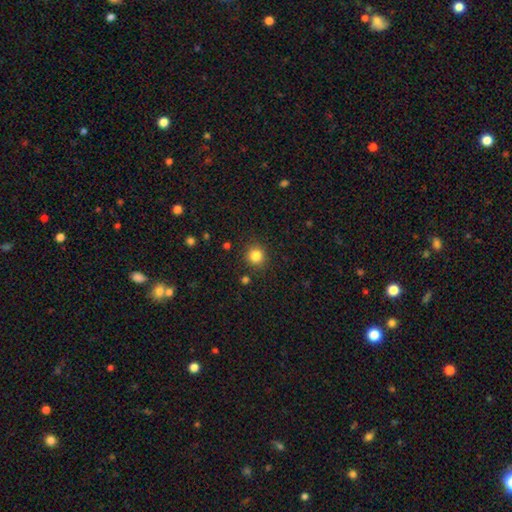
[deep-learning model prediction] Smooth or featured: smooth — 83% (star or artifact — 12%)
How rounded: round — 92% (in between — 7%)
Merging: none — 89% (minor disturbance — 7%)